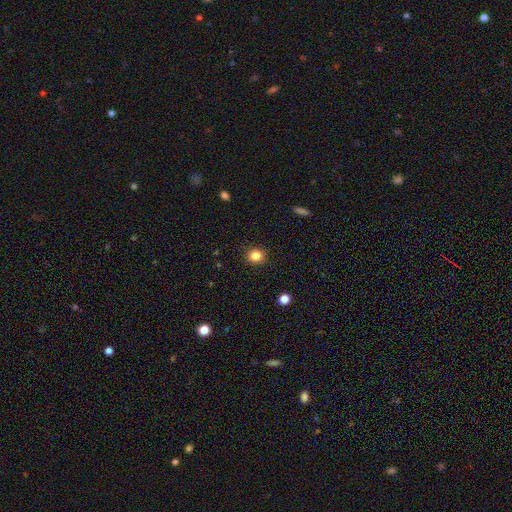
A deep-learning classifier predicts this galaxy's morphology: The model was most divided on "how rounded": round: 81%, in between: 18%, cigar-shaped: 1%. More confident: merging — none (91%); smooth or featured — smooth (83%).